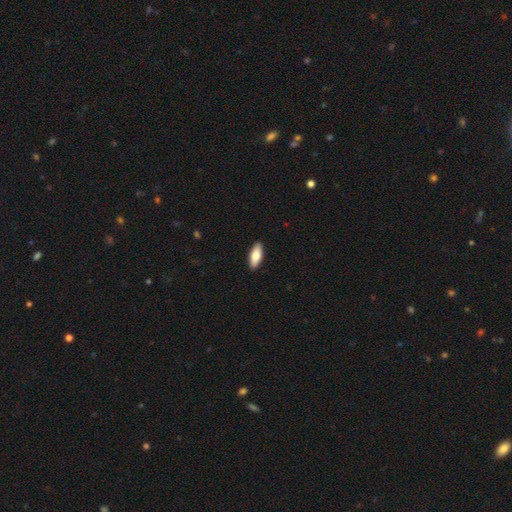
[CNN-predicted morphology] smooth_or_featured: smooth (p=0.78) [alt: featured or disk p=0.17]
how_rounded: in between (p=0.77) [alt: cigar-shaped p=0.21]
merging: none (p=0.91) [alt: minor disturbance p=0.07]